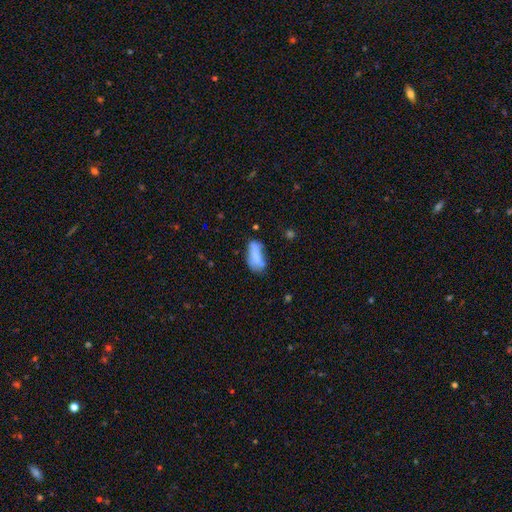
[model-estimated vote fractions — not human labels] Overall: smooth (71%). How rounded: in between (82%). Merging: none (42%; minor disturbance 30%).